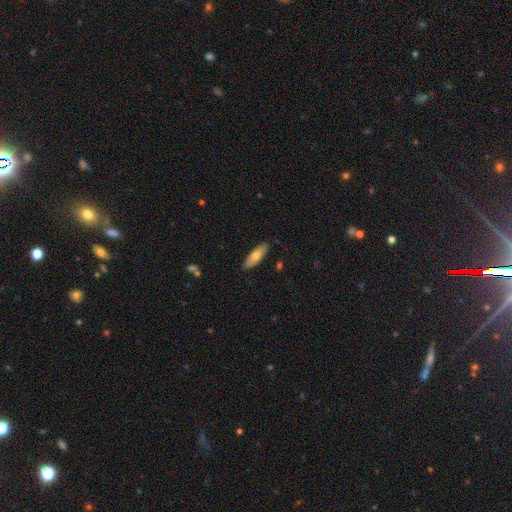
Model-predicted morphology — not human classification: This is likely a smooth galaxy (71%). How rounded: possibly cigar-shaped (51%). Merging: clearly none (87%).